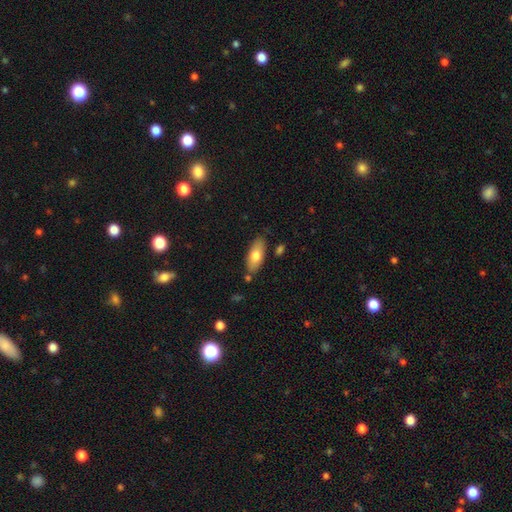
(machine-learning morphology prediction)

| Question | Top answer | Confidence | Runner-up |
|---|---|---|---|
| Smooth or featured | smooth | 73% | featured or disk (21%) |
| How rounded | in between | 84% | cigar-shaped (14%) |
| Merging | none | 81% | minor disturbance (13%) |